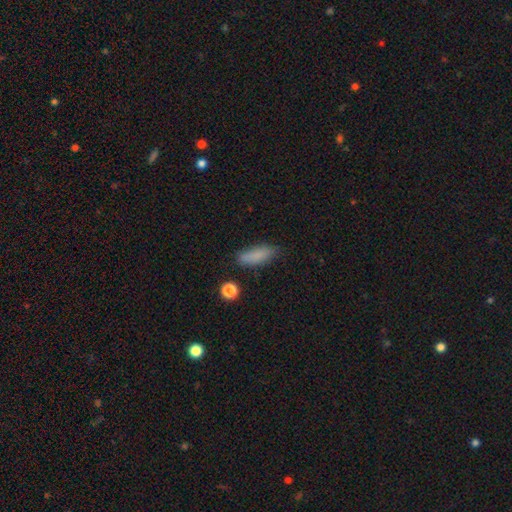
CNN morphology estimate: This appears to be a smooth galaxy with no disk features (83%) that is in between round and cigar-shaped (61%). Merging: none (75%).